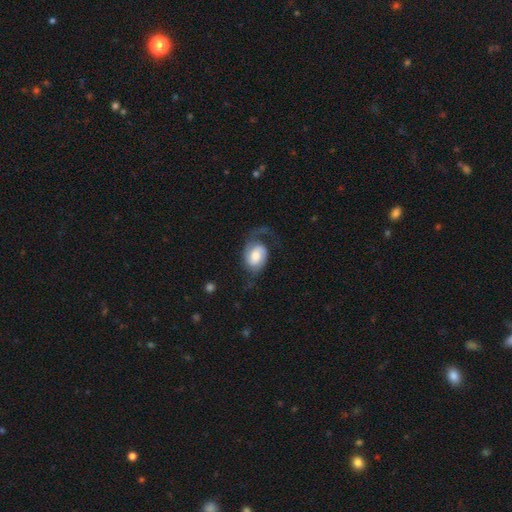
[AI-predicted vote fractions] The model was most divided on "bulge size": large: 36%, moderate: 35%, small: 13%, dominant: 9%, none: 6%. Remaining: edge-on disk — no (97%); spiral arms — yes (92%); smooth or featured — featured or disk (66%); spiral arm count — 2 (64%); bar — no (53%); merging — none (44%); spiral winding — loose (42%).